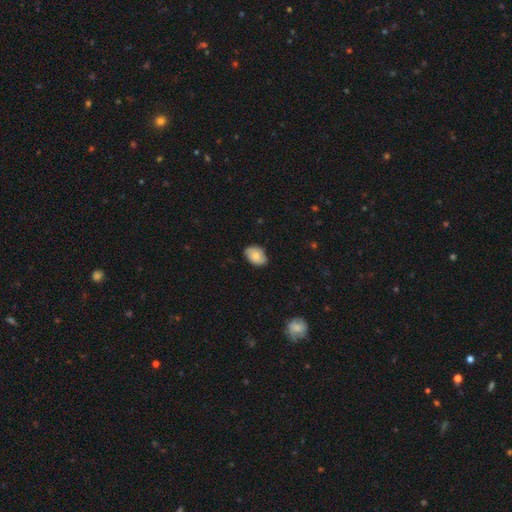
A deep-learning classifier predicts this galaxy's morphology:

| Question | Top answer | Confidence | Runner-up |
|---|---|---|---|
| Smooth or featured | smooth | 74% | featured or disk (19%) |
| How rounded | in between | 83% | round (16%) |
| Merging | none | 76% | minor disturbance (20%) |